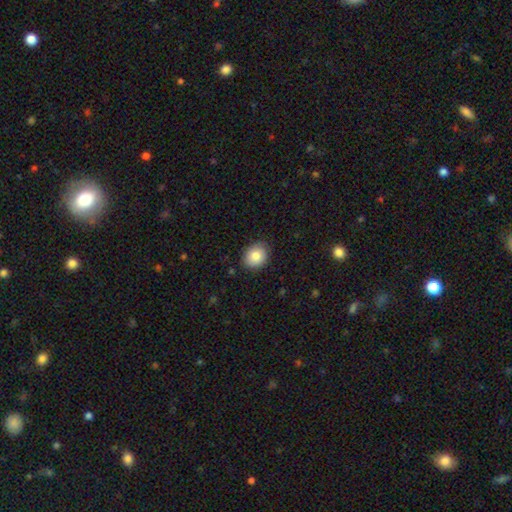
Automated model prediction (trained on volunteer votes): This appears to be a smooth galaxy with no disk features (83%) that is round (56%). Merging: none (87%).